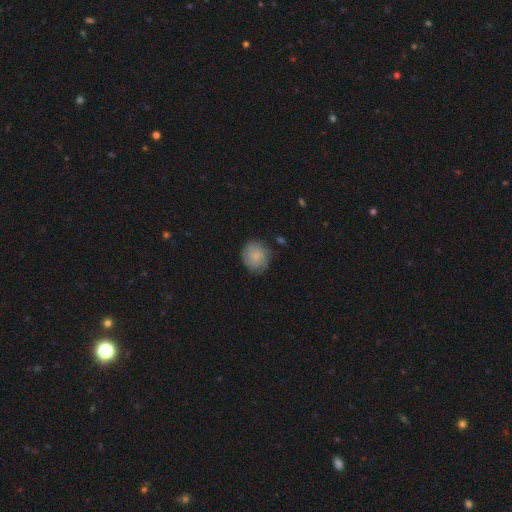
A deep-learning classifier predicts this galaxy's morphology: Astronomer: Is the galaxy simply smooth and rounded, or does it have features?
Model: smooth — 76%.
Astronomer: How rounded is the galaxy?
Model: round — 82%.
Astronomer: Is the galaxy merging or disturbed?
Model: none — 74%.